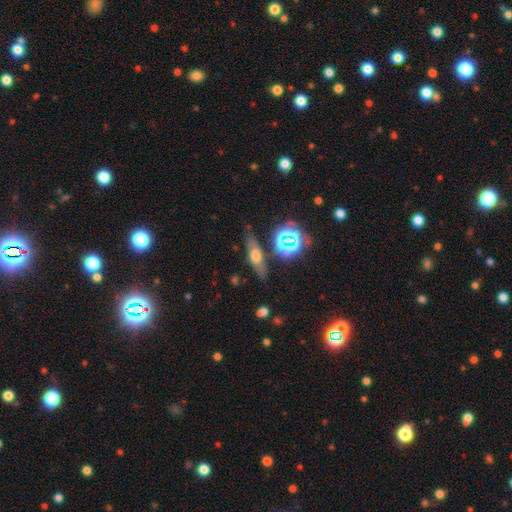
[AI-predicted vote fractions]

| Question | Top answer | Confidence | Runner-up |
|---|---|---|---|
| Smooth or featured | smooth | 48% | featured or disk (33%) |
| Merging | none | 78% | minor disturbance (13%) |